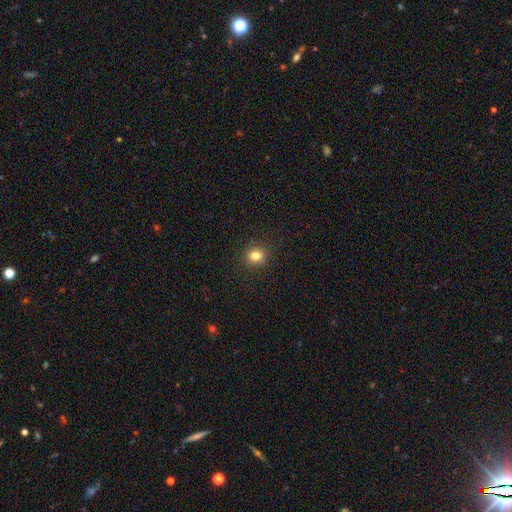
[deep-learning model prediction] This is clearly a smooth galaxy (81%). How rounded: likely round (80%). Merging: clearly none (90%).